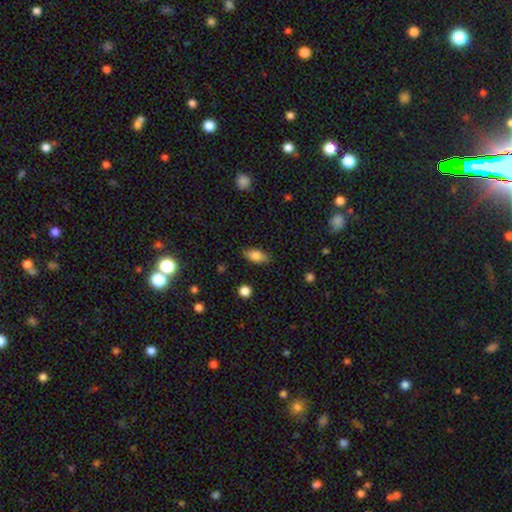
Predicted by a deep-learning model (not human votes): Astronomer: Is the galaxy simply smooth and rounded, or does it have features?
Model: smooth — 80%.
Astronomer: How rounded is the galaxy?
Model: in between — 87%.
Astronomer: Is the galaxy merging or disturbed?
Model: none — 85%.